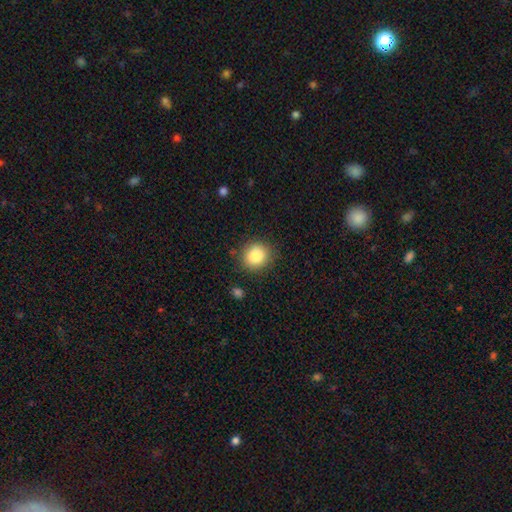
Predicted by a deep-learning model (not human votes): This appears to be a smooth galaxy with no disk features (84%) that is round (83%). Merging: none (86%).